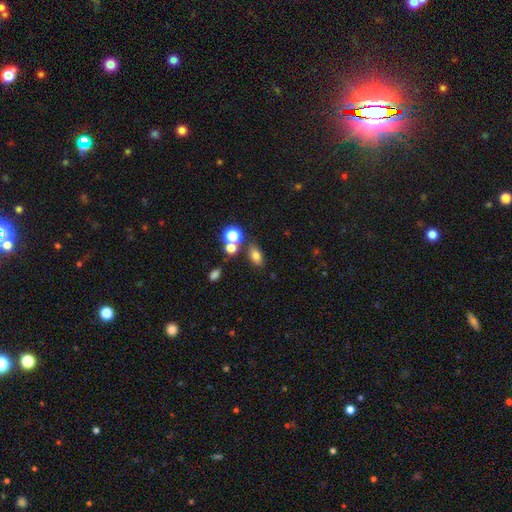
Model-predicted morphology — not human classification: This appears to be a smooth galaxy with no disk features (73%) that is in between round and cigar-shaped (77%). Merging: none (69%).